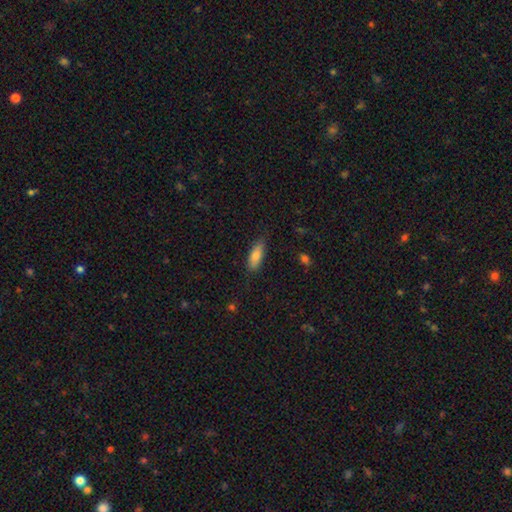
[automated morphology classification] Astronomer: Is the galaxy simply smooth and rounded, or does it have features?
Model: smooth — 79%.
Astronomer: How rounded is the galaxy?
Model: in between — 71%.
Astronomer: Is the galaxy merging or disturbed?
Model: none — 78%.